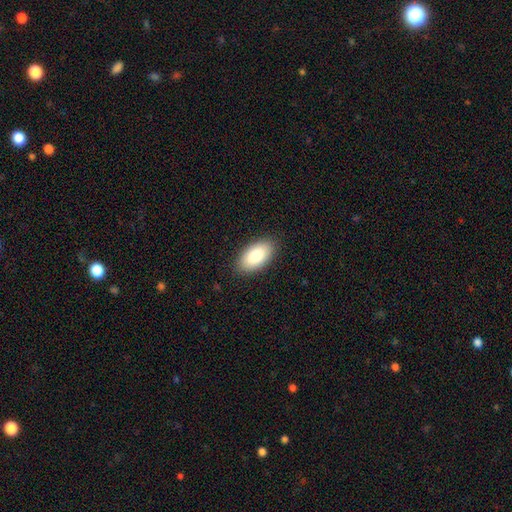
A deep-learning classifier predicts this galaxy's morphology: Smooth or featured? Predicted: smooth (p=0.86). How rounded? Predicted: in between (p=0.95). Merging? Predicted: none (p=0.88).